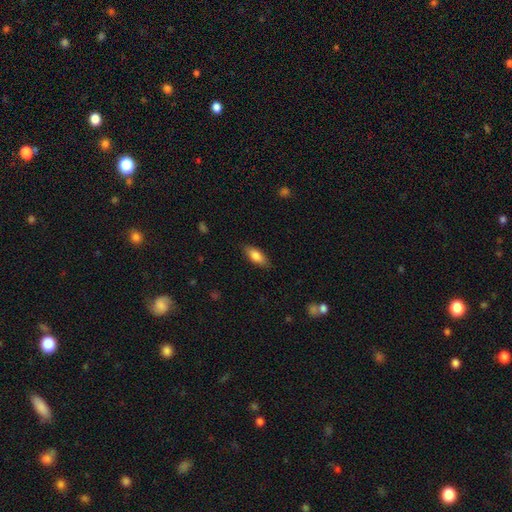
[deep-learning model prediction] The model was most divided on "how rounded": in between: 80%, cigar-shaped: 18%, round: 2%. More confident: merging — none (84%); smooth or featured — smooth (82%).